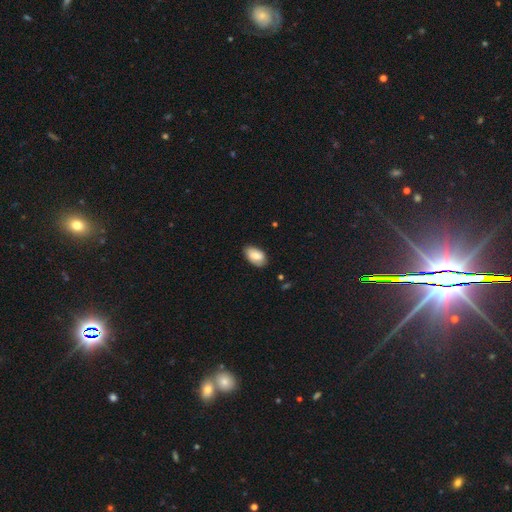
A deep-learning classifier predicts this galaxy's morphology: Smooth or featured? Predicted: smooth (p=0.77). How rounded? Predicted: in between (p=0.94). Merging? Predicted: none (p=0.79).